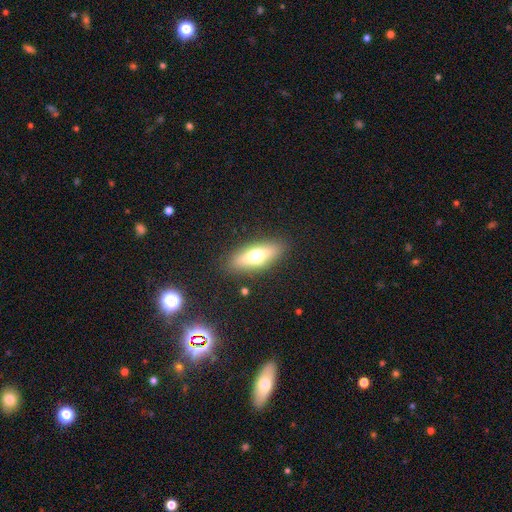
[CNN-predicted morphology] A smooth galaxy with no disk features (60%) that is in between round and cigar-shaped (56%). Merging: none (87%).